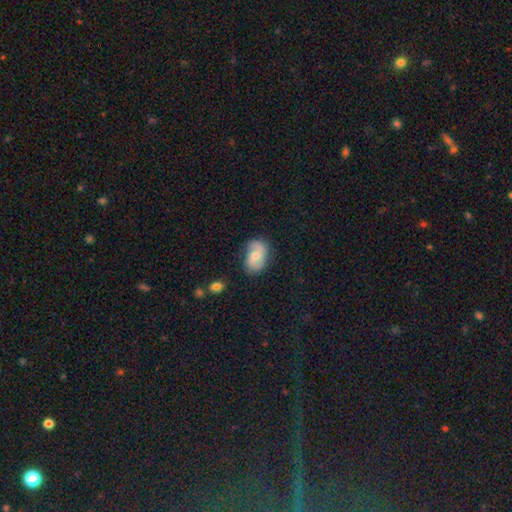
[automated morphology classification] featured or disk 52%, smooth 40%, star or artifact 8%. Down the decision tree: edge-on disk — no (95%); merging — none (71%).